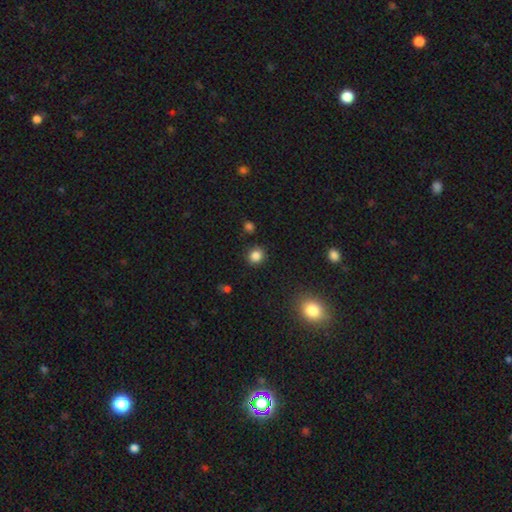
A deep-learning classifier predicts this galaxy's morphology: The model was most divided on "how rounded": round: 83%, in between: 16%, cigar-shaped: 1%. More confident: merging — none (88%); smooth or featured — smooth (84%).